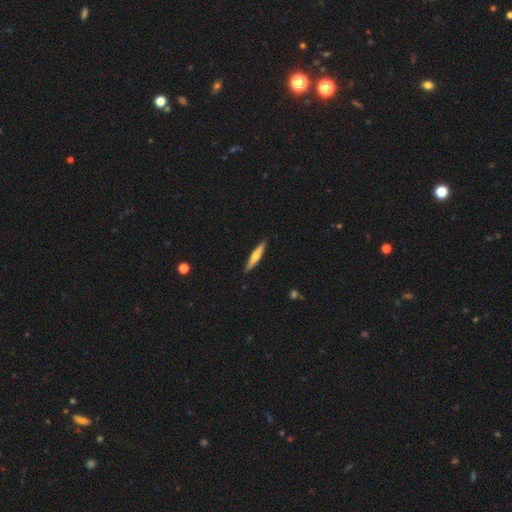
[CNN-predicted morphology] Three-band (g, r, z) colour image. It shows a smooth galaxy with no disk features (49%). Merging: none (91%).